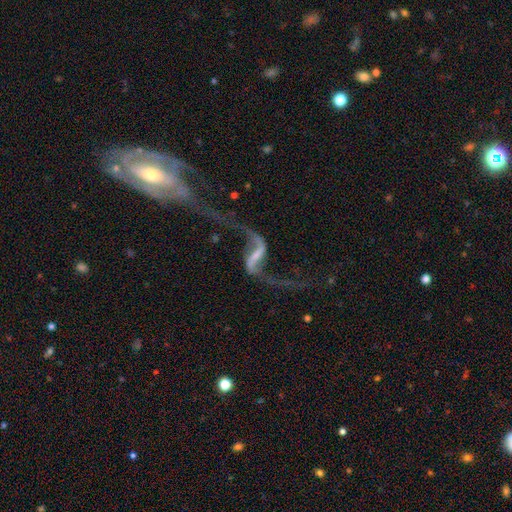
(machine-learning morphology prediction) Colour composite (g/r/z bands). It shows a featured or disk galaxy (90%) with a strong bar (60%), 2 (93%) loose (95%) spiral arms (94%) and no central bulge (42%). Merging: none (54%).